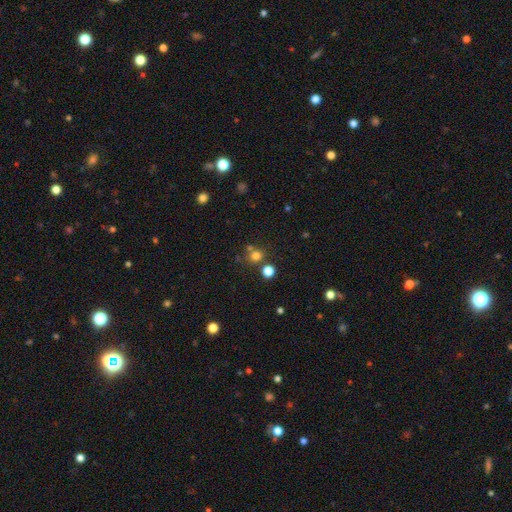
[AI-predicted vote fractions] Q: Smooth or featured?
A: smooth (74%); runner-up: star or artifact (20%)
Q: How rounded?
A: round (89%); runner-up: in between (10%)
Q: Merging?
A: none (70%); runner-up: merger (18%)